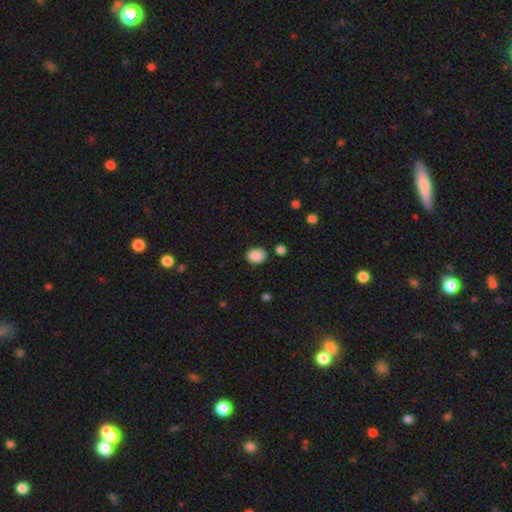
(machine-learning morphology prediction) A smooth galaxy with no disk features (88%) that is in between round and cigar-shaped (62%).

Vote fractions:
- Smooth or featured? smooth: 88% / star or artifact: 9% / featured or disk: 3%
- How rounded? in between: 62% / round: 37% / cigar-shaped: 1%
- Merging? none: 82% / minor disturbance: 12% / merger: 3% / major disturbance: 3%